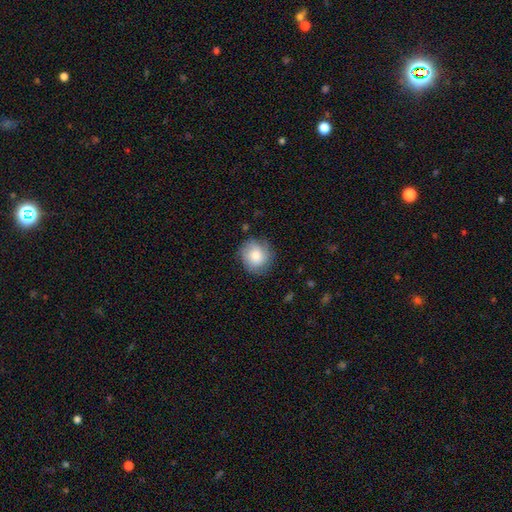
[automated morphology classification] The model was most divided on "smooth or featured": smooth: 73%, featured or disk: 20%, star or artifact: 8%. More confident: how rounded — round (88%); merging — none (79%).